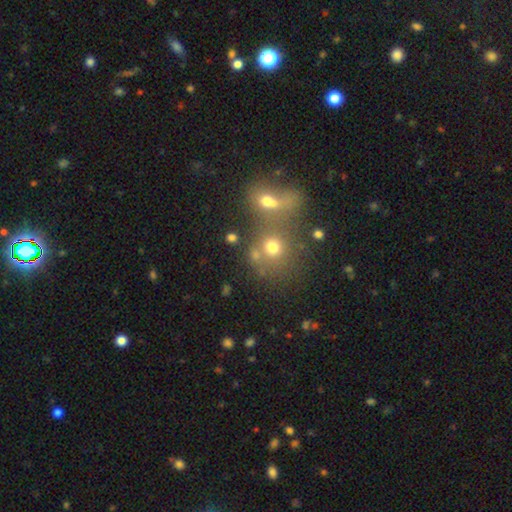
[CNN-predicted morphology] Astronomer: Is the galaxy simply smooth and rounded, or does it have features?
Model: smooth — 64%.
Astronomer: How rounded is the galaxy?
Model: round — 75%.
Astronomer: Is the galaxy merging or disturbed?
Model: merger — 48% (runner-up: none, 38%).